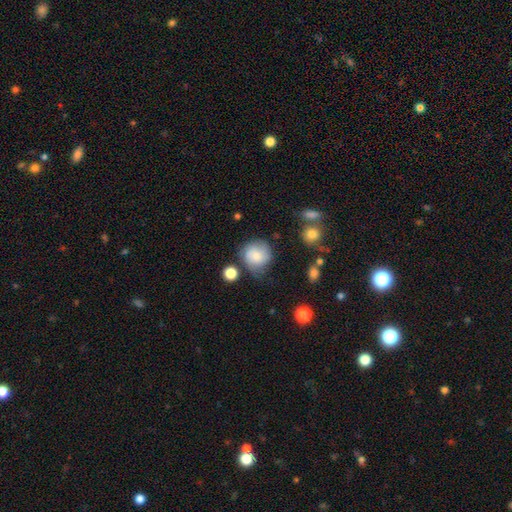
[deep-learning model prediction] Q: Smooth or featured?
A: smooth (71%); runner-up: featured or disk (20%)
Q: How rounded?
A: round (85%); runner-up: in between (14%)
Q: Merging?
A: none (60%); runner-up: minor disturbance (26%)